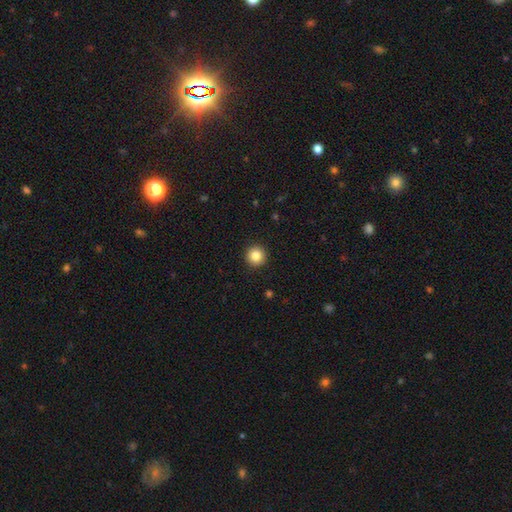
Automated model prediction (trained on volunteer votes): smooth 84%, star or artifact 10%, featured or disk 6%. Down the decision tree: how rounded — round (96%); merging — none (93%).